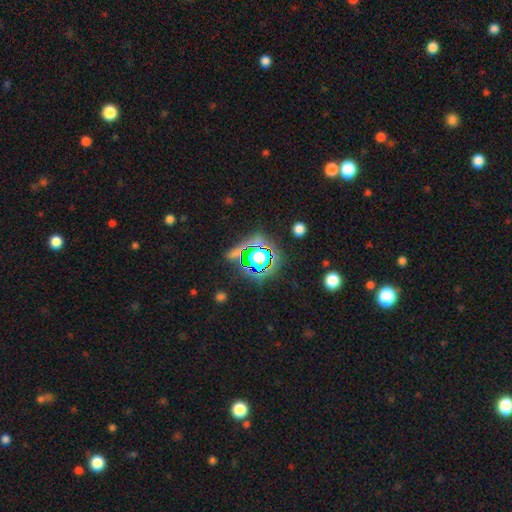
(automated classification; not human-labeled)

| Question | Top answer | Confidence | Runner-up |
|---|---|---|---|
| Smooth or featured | star or artifact | 61% | smooth (26%) |